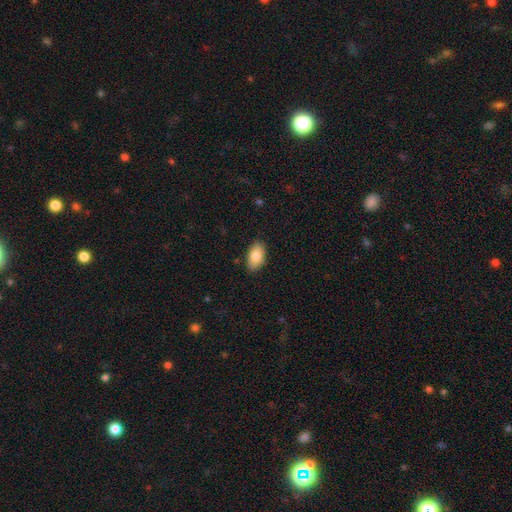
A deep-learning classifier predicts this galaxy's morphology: Smooth or featured: smooth — 84% (featured or disk — 9%)
How rounded: in between — 93% (round — 4%)
Merging: none — 86% (minor disturbance — 10%)